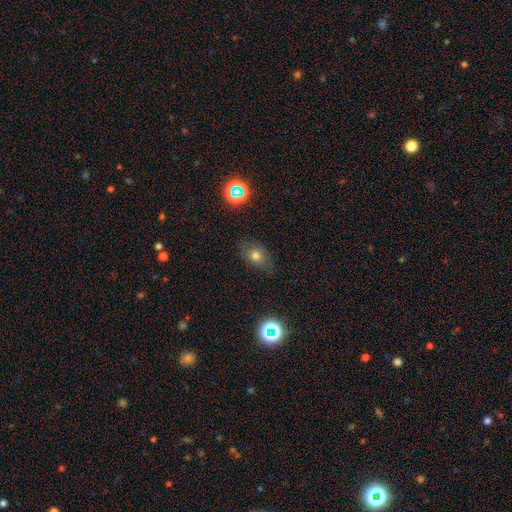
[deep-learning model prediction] Smooth or featured? Predicted: smooth (p=0.69). How rounded? Predicted: in between (p=0.67). Merging? Predicted: none (p=0.75).